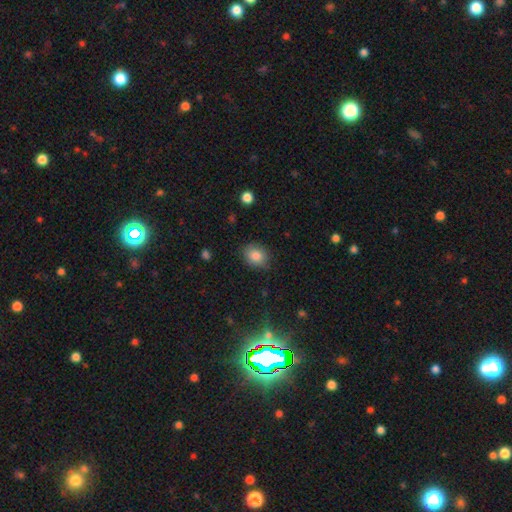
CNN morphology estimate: Smooth or featured?
  - smooth: 83% *
  - star or artifact: 9%
  - featured or disk: 7%
How rounded?
  - round: 54% *
  - in between: 45%
  - cigar-shaped: 1%
Merging?
  - none: 82% *
  - minor disturbance: 13%
  - major disturbance: 3%
  - merger: 1%